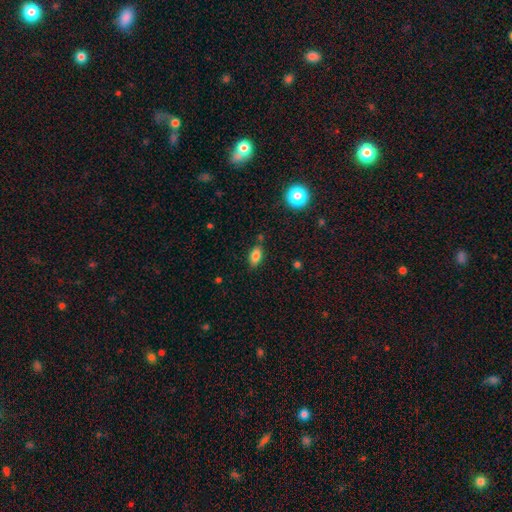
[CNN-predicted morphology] A smooth galaxy with no disk features (82%) that is in between round and cigar-shaped (87%).

Vote fractions:
- Smooth or featured? smooth: 82% / star or artifact: 10% / featured or disk: 8%
- How rounded? in between: 87% / round: 7% / cigar-shaped: 6%
- Merging? none: 79% / minor disturbance: 14% / merger: 4% / major disturbance: 3%